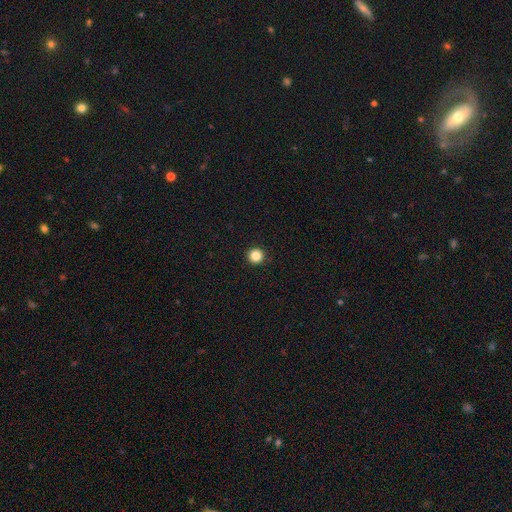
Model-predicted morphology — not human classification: Overall: smooth (85%). How rounded: round (96%). Merging: none (94%).